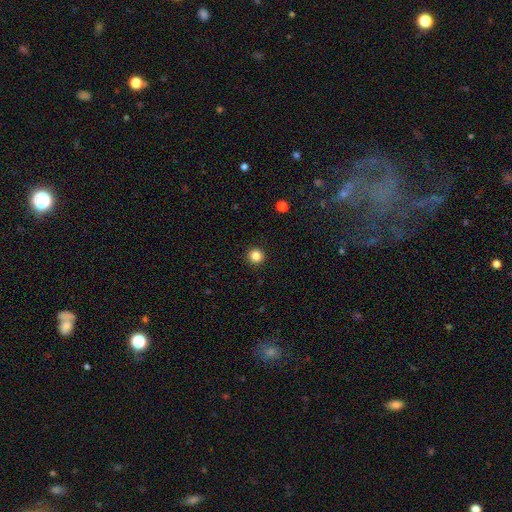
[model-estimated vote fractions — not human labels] This appears to be a smooth galaxy with no disk features (85%) that is round (95%). Merging: none (93%).